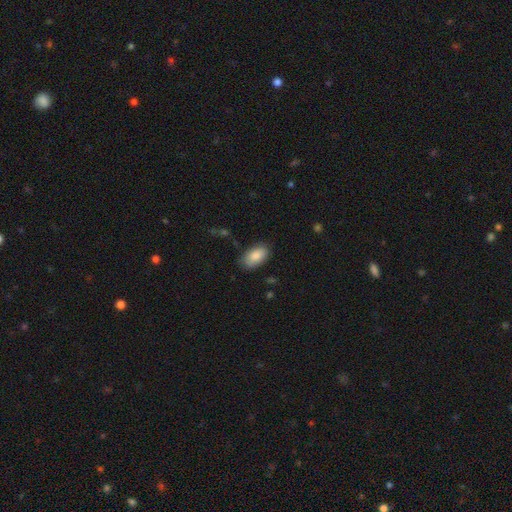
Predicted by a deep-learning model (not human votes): A smooth galaxy with no disk features (87%) that is in between round and cigar-shaped (94%). Merging: none (80%).